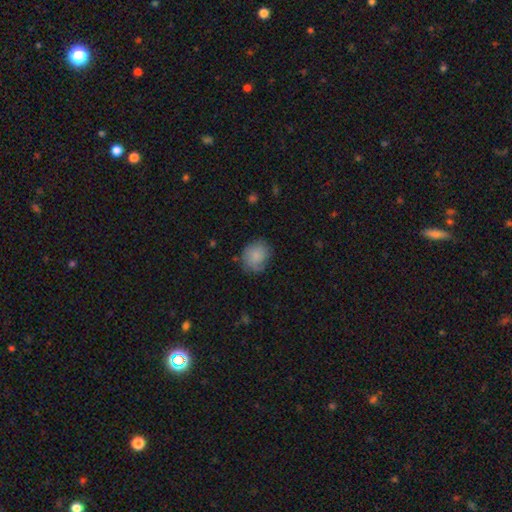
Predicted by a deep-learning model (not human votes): The model was most divided on "how rounded": round: 64%, in between: 35%, cigar-shaped: 1%. More confident: smooth or featured — smooth (78%); merging — none (65%).